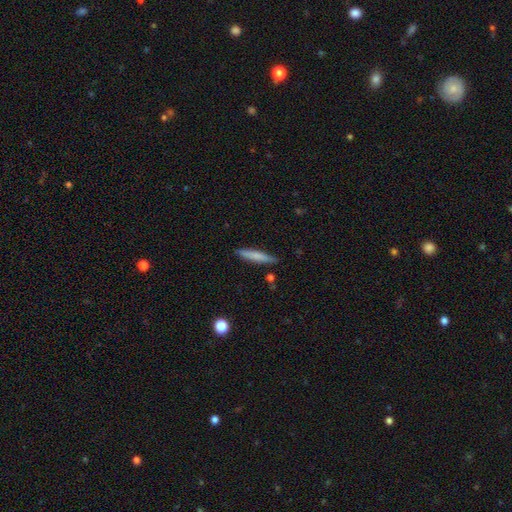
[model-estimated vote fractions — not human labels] A smooth galaxy with no disk features (71%) that is cigar-shaped (92%).

Vote fractions:
- Smooth or featured? smooth: 71% / featured or disk: 23% / star or artifact: 6%
- How rounded? cigar-shaped: 92% / in between: 7% / round: 1%
- Merging? none: 86% / minor disturbance: 10% / merger: 2% / major disturbance: 2%